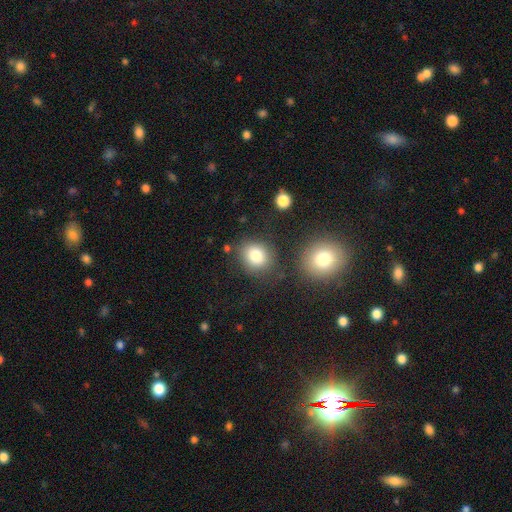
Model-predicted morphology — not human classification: Overall: smooth (82%). How rounded: round (72%). Merging: none (77%).